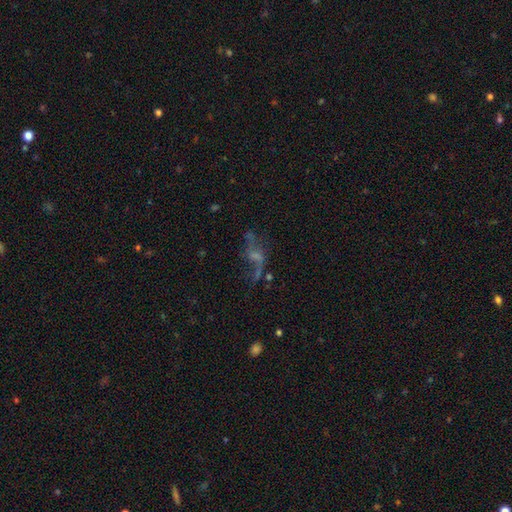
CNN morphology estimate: The model was most divided on "merging": none: 40%, major disturbance: 35%, minor disturbance: 16%, merger: 9%. More confident: edge-on disk — no (90%); smooth or featured — featured or disk (52%).